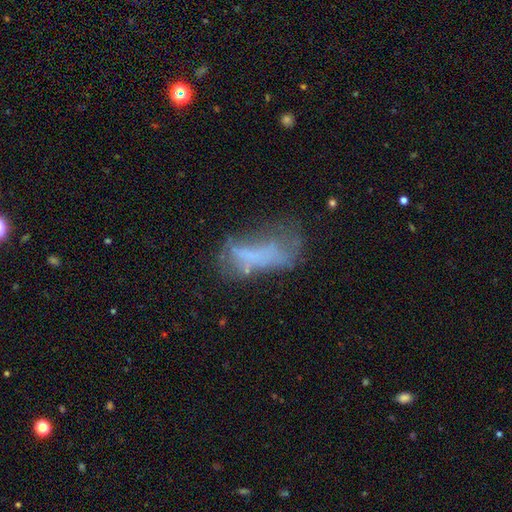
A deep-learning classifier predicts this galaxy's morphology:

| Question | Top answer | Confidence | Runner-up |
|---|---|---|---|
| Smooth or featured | smooth | 44% | featured or disk (40%) |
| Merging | major disturbance | 40% | none (27%) |